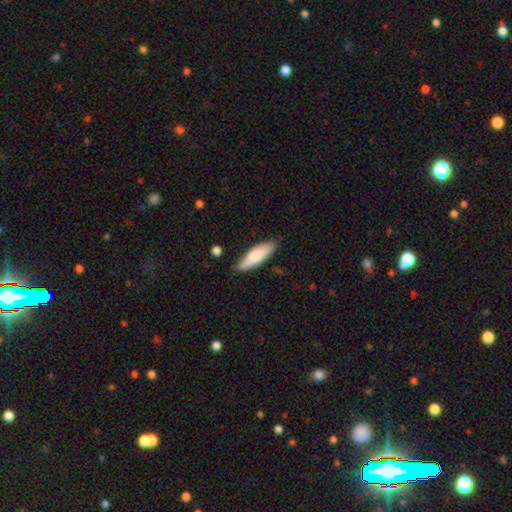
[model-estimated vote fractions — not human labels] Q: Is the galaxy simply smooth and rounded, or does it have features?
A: smooth — 80%.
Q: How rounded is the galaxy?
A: in between — 49%, tied with cigar-shaped.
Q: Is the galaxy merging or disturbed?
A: none — 74%.